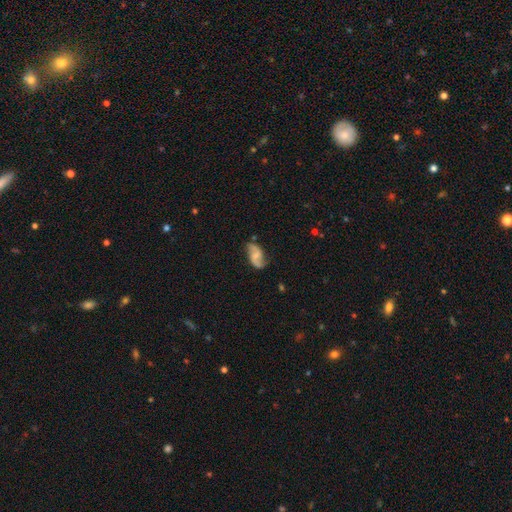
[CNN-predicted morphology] smooth_or_featured: featured or disk (p=0.71) [alt: smooth p=0.22]
disk_edge_on: no (p=0.97) [alt: yes p=0.03]
bar: no (p=0.45) [alt: weak p=0.43]
has_spiral_arms: yes (p=0.93) [alt: no p=0.07]
spiral_winding: loose (p=0.63) [alt: medium p=0.28]
spiral_arm_count: 2 (p=0.90) [alt: can't tell p=0.04]
bulge_size: small (p=0.42) [alt: none p=0.31]
merging: none (p=0.69) [alt: minor disturbance p=0.21]